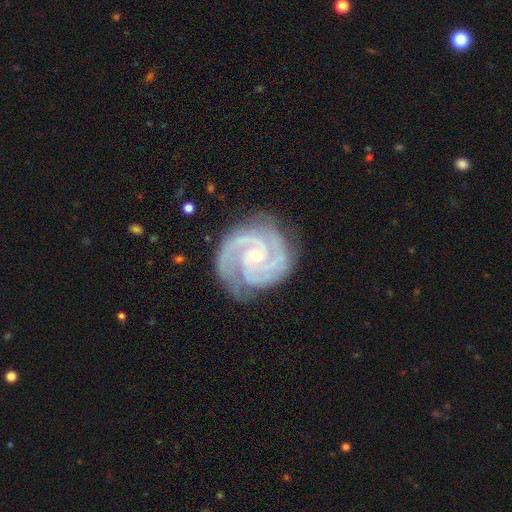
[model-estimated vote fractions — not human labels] Smooth or featured? Predicted: featured or disk (p=0.93). Edge-on disk? Predicted: no (p=0.98). Bar? Predicted: no (p=0.65). Spiral arms? Predicted: yes (p=0.99). Spiral winding? Predicted: tight (p=0.68). Spiral arm count? Predicted: 3 (p=0.46). Bulge size? Predicted: small (p=0.72). Merging? Predicted: none (p=0.79).